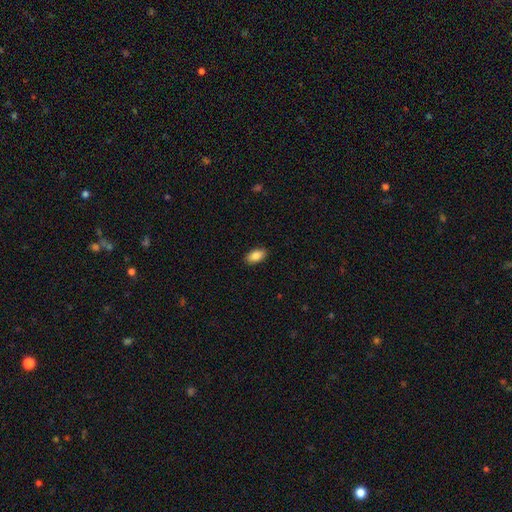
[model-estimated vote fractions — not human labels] smooth-or-featured: smooth: 87% | star or artifact: 7% | featured or disk: 6%
  how-rounded: in between: 93% | round: 4% | cigar-shaped: 3%
  merging: none: 88% | minor disturbance: 9% | major disturbance: 2% | merger: 1%